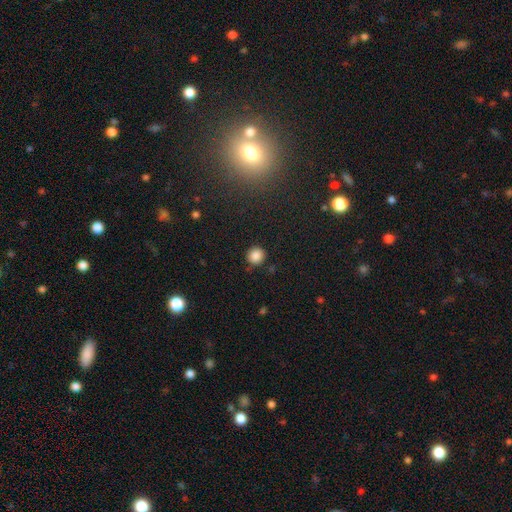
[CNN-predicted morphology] Smooth or featured? smooth (86%)
How rounded? round (92%)
Merging? none (88%)